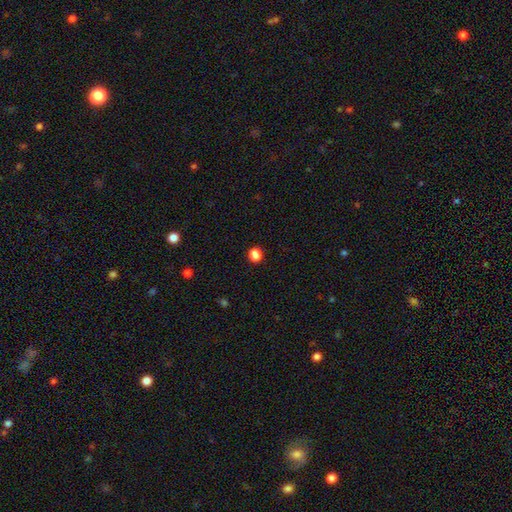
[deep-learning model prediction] A smooth galaxy with no disk features (82%) that is round (86%). Merging: none (91%).